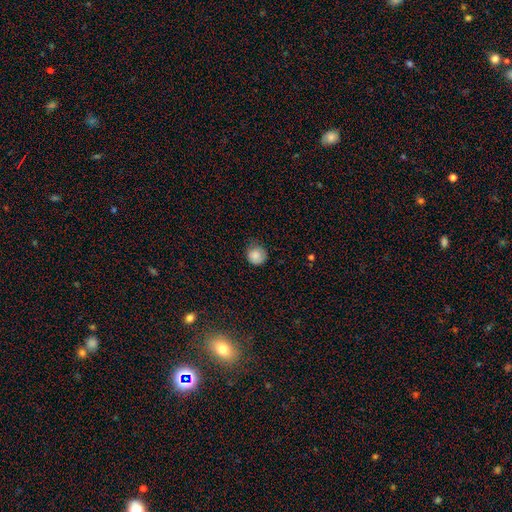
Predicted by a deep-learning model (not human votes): Smooth or featured?
  - smooth: 85% *
  - star or artifact: 9%
  - featured or disk: 7%
How rounded?
  - round: 89% *
  - in between: 10%
  - cigar-shaped: 1%
Merging?
  - none: 63% *
  - minor disturbance: 29%
  - major disturbance: 7%
  - merger: 1%